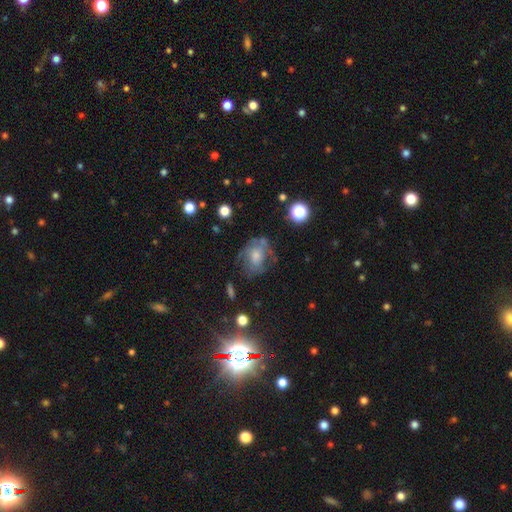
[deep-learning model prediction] Smooth or featured? Predicted: featured or disk (p=0.49). Merging? Predicted: none (p=0.56).